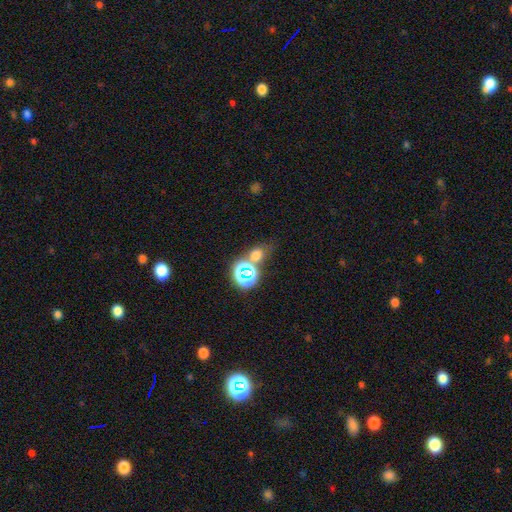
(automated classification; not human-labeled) Smooth or featured? Predicted: smooth (p=0.59). How rounded? Predicted: round (p=0.63). Merging? Predicted: none (p=0.57).